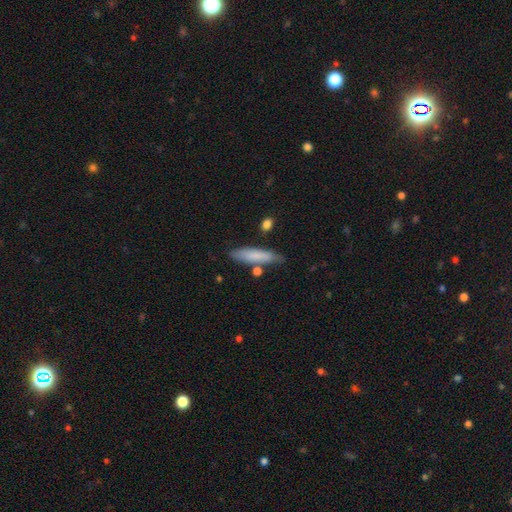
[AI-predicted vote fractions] This is likely a smooth galaxy (78%). How rounded: likely cigar-shaped (78%). Merging: likely none (76%).